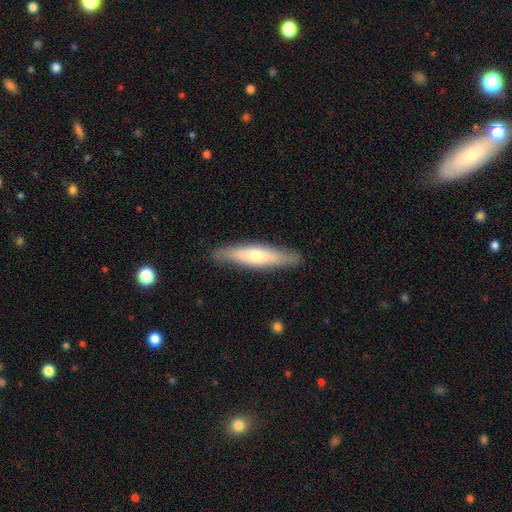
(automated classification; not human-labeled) smooth 51%, featured or disk 44%, star or artifact 5%. Down the decision tree: how rounded — cigar-shaped (81%); merging — none (86%).